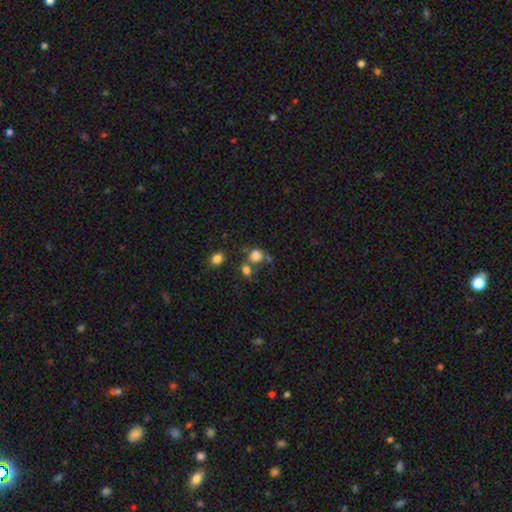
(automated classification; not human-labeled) Q: Smooth or featured?
A: smooth (78%); runner-up: star or artifact (13%)
Q: How rounded?
A: round (78%); runner-up: in between (21%)
Q: Merging?
A: none (45%); runner-up: merger (33%)